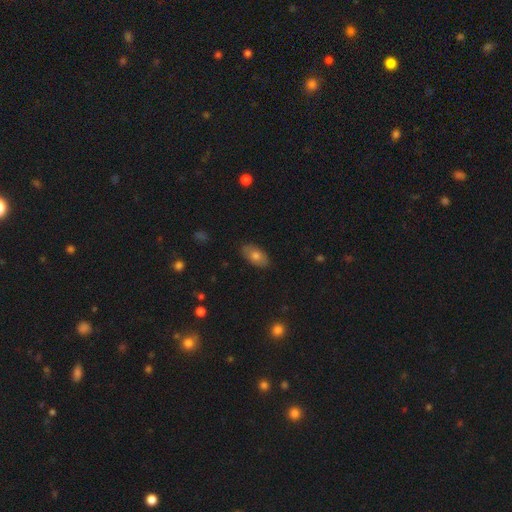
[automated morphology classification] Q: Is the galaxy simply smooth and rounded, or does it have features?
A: smooth — 71%.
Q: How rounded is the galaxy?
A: in between — 92%.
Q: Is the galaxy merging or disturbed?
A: none — 87%.